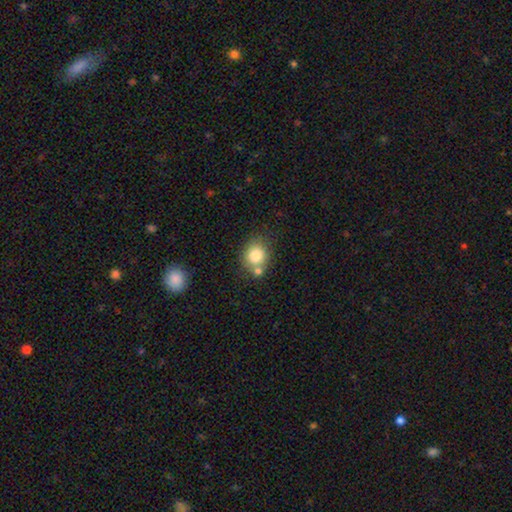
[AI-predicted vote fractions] Overall: smooth (80%). How rounded: round (70%). Merging: none (58%; merger 25%).